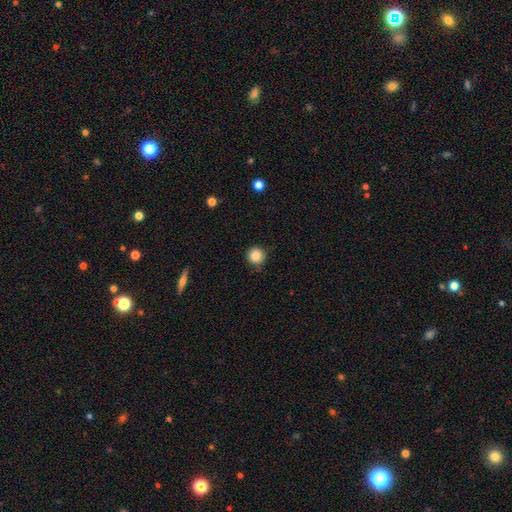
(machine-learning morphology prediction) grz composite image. It shows a smooth galaxy with no disk features (85%) that is round (95%). Merging: none (84%).